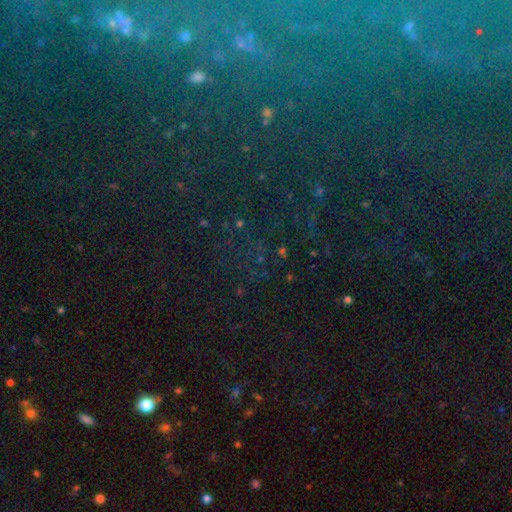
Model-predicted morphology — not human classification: Overall: star or artifact (76%).